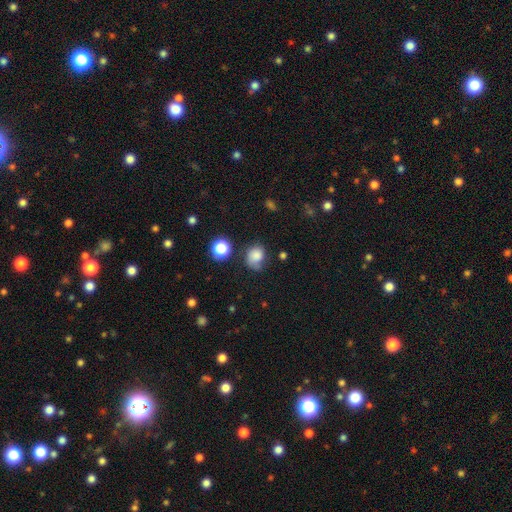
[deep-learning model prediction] Smooth or featured: smooth — 78% (star or artifact — 12%)
How rounded: round — 61% (in between — 38%)
Merging: none — 52% (minor disturbance — 29%)